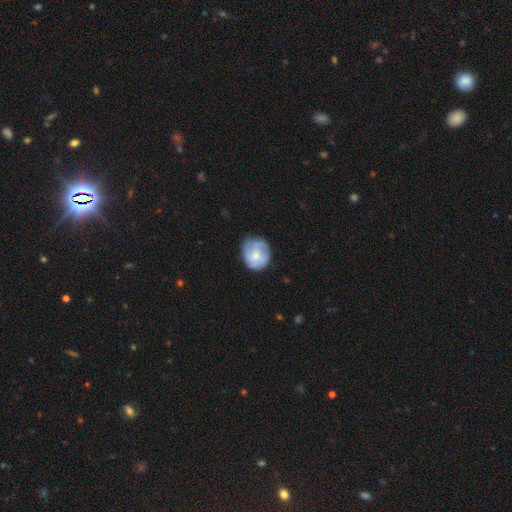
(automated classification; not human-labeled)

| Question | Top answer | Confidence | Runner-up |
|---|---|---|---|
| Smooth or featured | featured or disk | 55% | smooth (39%) |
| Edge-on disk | no | 98% | yes (2%) |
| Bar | no | 76% | weak (21%) |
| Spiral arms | yes | 84% | no (16%) |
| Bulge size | small | 54% | moderate (38%) |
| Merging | none | 71% | minor disturbance (21%) |